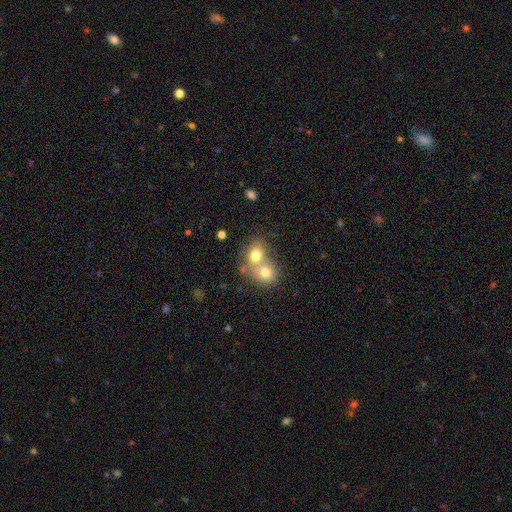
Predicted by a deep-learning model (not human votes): smooth 72%, featured or disk 16%, star or artifact 11%. Down the decision tree: how rounded — round (63%); merging — merger (66%).